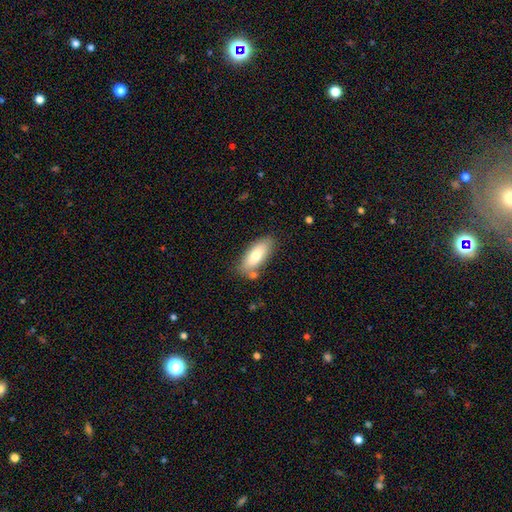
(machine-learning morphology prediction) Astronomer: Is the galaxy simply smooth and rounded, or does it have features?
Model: smooth — 75%.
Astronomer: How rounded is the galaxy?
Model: in between — 81%.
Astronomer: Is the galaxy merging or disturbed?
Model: none — 75%.